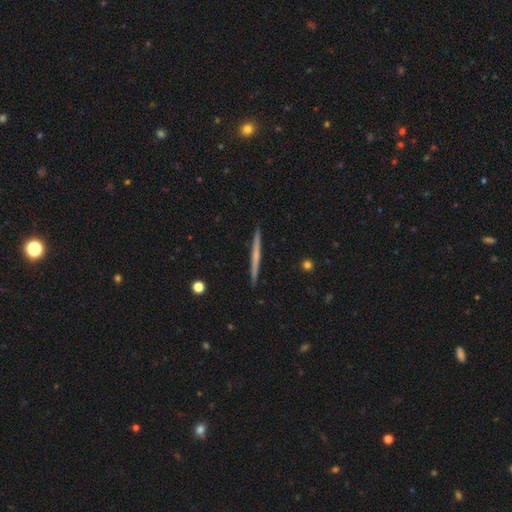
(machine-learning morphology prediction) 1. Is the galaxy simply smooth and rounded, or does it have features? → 53% featured or disk, 41% smooth, 6% star or artifact.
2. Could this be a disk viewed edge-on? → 98% yes, 2% no.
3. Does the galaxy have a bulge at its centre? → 81% none, 15% rounded, 4% boxy.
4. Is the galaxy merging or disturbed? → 93% none, 5% minor disturbance, 1% major disturbance, 1% merger.